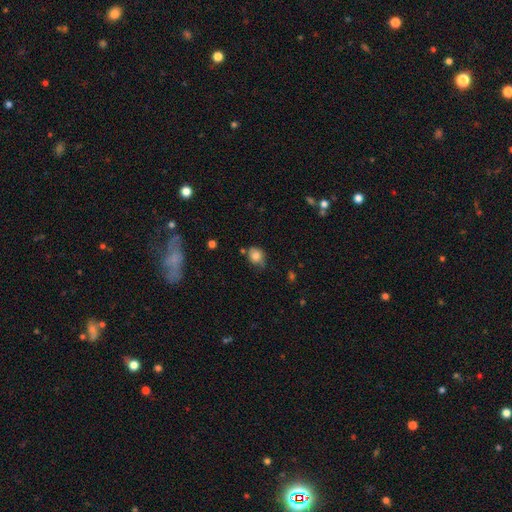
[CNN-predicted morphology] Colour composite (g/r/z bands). It shows a smooth galaxy with no disk features (79%) that is round (63%). Merging: none (55%).